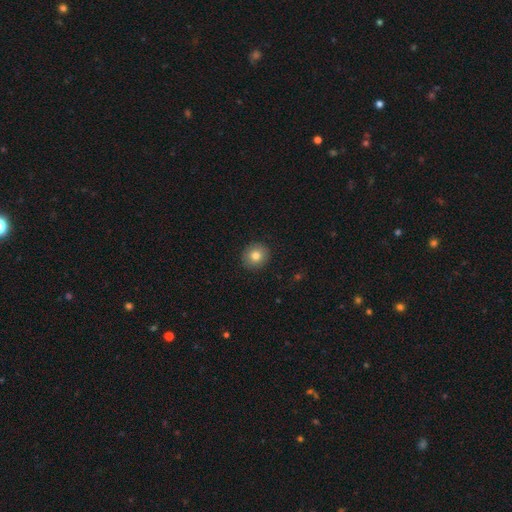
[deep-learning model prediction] Q: Smooth or featured?
A: smooth (80%); runner-up: featured or disk (10%)
Q: How rounded?
A: round (86%); runner-up: in between (13%)
Q: Merging?
A: none (91%); runner-up: minor disturbance (6%)